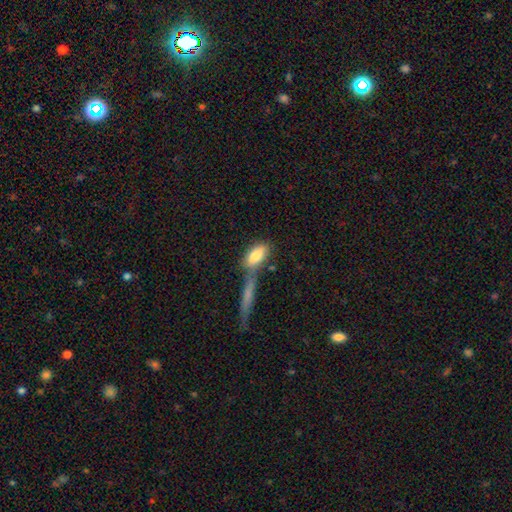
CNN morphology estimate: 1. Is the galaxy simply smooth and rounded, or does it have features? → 79% smooth, 14% featured or disk, 7% star or artifact.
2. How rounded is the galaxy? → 79% in between, 17% cigar-shaped, 4% round.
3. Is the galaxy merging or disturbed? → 48% none, 32% merger, 14% minor disturbance, 6% major disturbance.